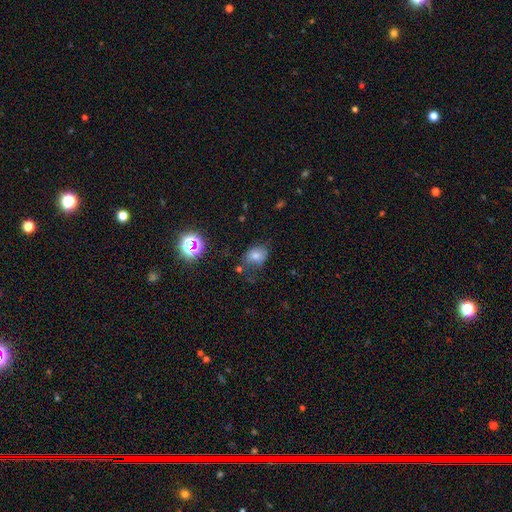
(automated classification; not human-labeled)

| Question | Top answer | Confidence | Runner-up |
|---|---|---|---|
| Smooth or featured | smooth | 70% | star or artifact (16%) |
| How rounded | in between | 59% | round (40%) |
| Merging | none | 54% | minor disturbance (28%) |